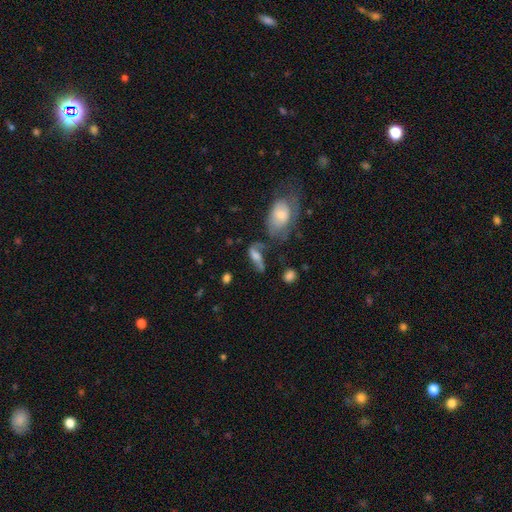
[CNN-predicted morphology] smooth 50%, featured or disk 39%, star or artifact 11%. Down the decision tree: merging — none (36%).